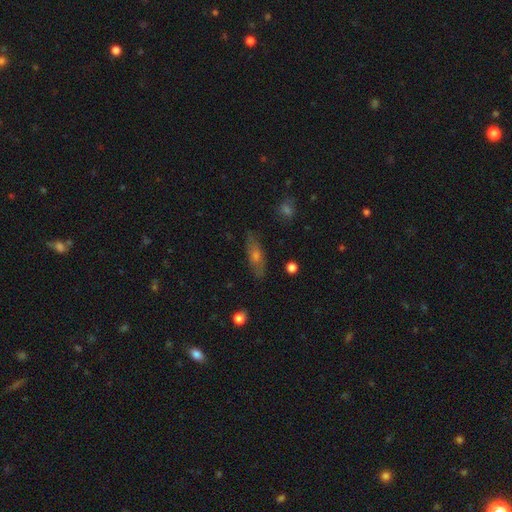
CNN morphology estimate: smooth 51%, featured or disk 38%, star or artifact 11%. Down the decision tree: how rounded — in between (48%); merging — none (83%).